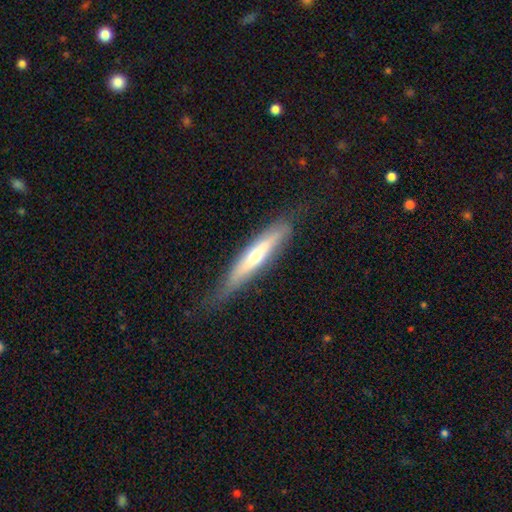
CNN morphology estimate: Smooth or featured: featured or disk — 54% (smooth — 39%)
Edge-on disk: yes — 80% (no — 20%)
Merging: none — 70% (minor disturbance — 21%)